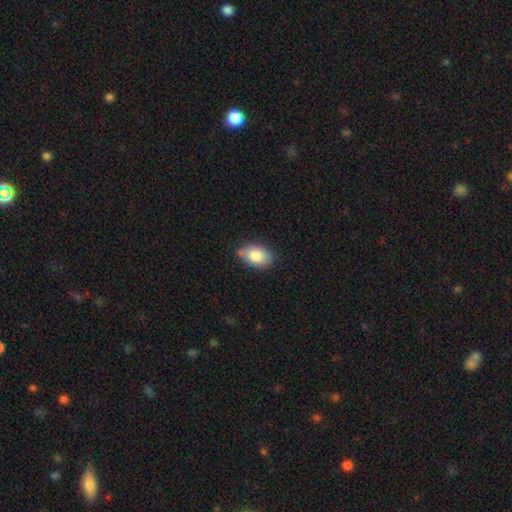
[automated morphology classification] type=smooth (84%); roundness=in between (86%); merging=none (74%).